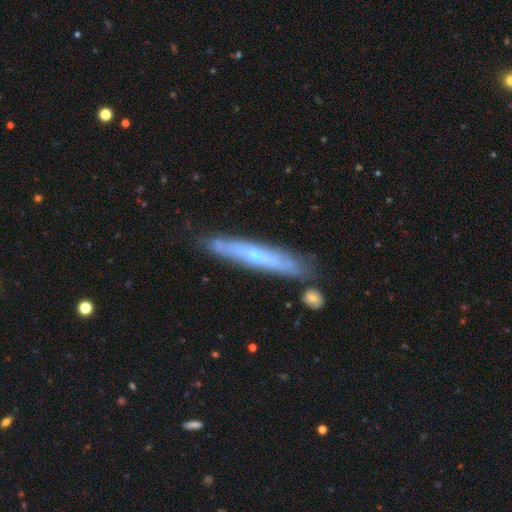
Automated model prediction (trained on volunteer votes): Smooth or featured?
  - featured or disk: 68% *
  - smooth: 26%
  - star or artifact: 6%
Edge-on disk?
  - yes: 67% *
  - no: 33%
Merging?
  - none: 74% *
  - minor disturbance: 16%
  - merger: 6%
  - major disturbance: 4%